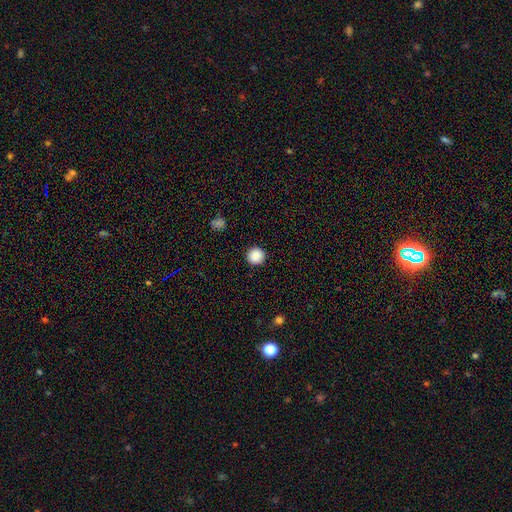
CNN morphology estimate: Smooth or featured? smooth (88%)
How rounded? round (96%)
Merging? none (93%)